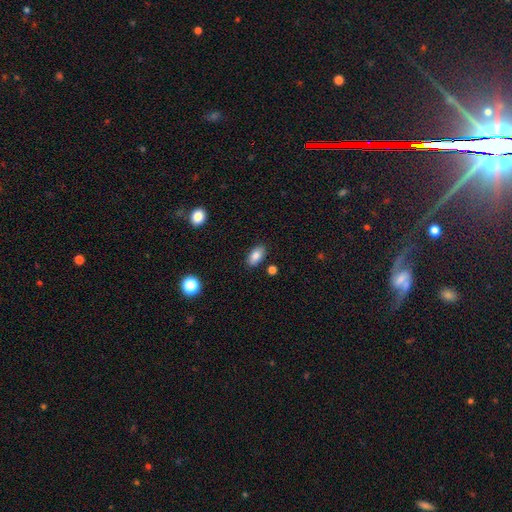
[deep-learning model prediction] A smooth galaxy with no disk features (84%) that is in between round and cigar-shaped (91%).

Vote fractions:
- Smooth or featured? smooth: 84% / star or artifact: 9% / featured or disk: 7%
- How rounded? in between: 91% / round: 6% / cigar-shaped: 3%
- Merging? none: 85% / minor disturbance: 10% / merger: 3% / major disturbance: 2%